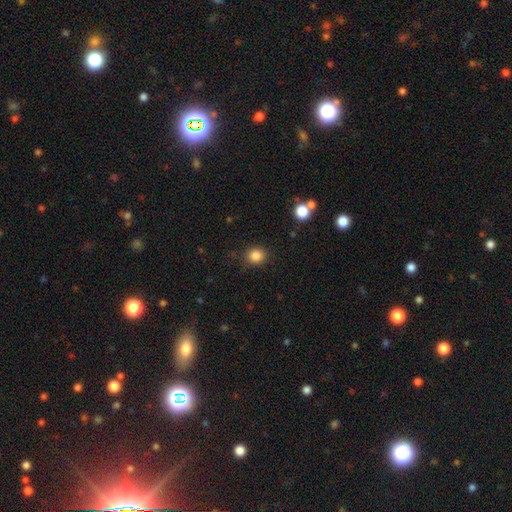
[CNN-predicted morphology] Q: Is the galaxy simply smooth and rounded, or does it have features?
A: smooth — 85%.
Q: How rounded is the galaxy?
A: round — 85%.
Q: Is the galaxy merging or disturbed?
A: none — 87%.